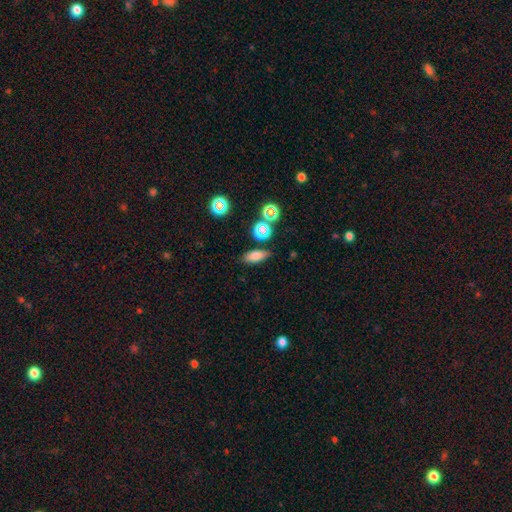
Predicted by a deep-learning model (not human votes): Overall: smooth (75%). How rounded: in between (77%). Merging: none (78%).